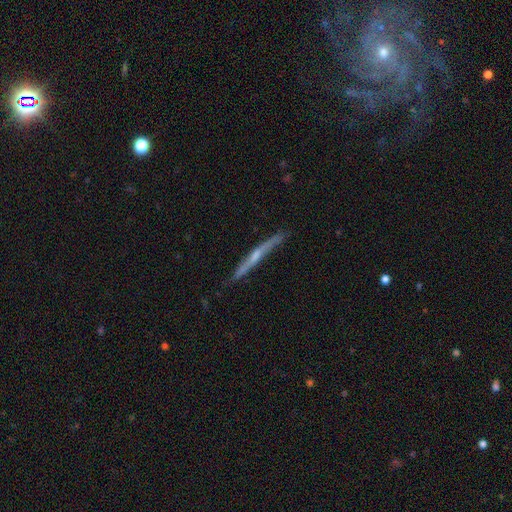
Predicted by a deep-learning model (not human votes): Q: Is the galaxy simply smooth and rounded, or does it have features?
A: featured or disk — 71%.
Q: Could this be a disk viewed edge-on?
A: yes — 94%.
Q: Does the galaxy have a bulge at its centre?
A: rounded — 56%.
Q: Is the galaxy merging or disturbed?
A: none — 79%.